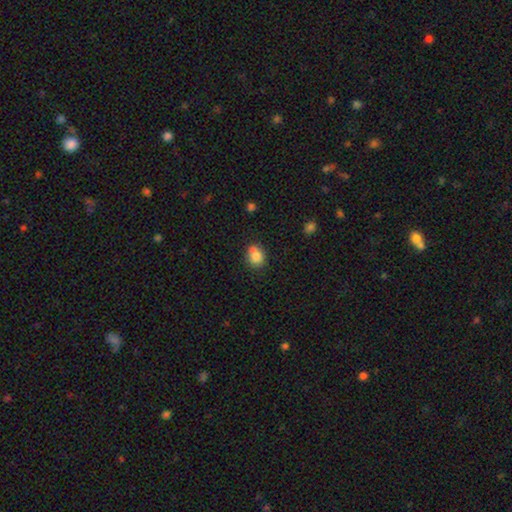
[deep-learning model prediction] smooth 80%, featured or disk 11%, star or artifact 10%. Down the decision tree: how rounded — round (63%); merging — none (55%).